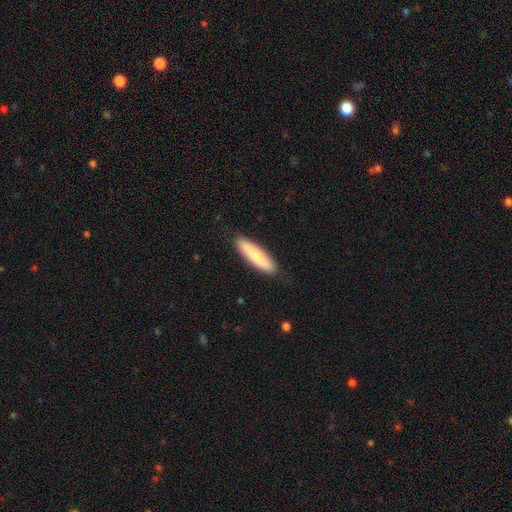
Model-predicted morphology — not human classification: Q: Smooth or featured?
A: smooth (80%); runner-up: featured or disk (14%)
Q: How rounded?
A: cigar-shaped (73%); runner-up: in between (26%)
Q: Merging?
A: none (87%); runner-up: minor disturbance (10%)